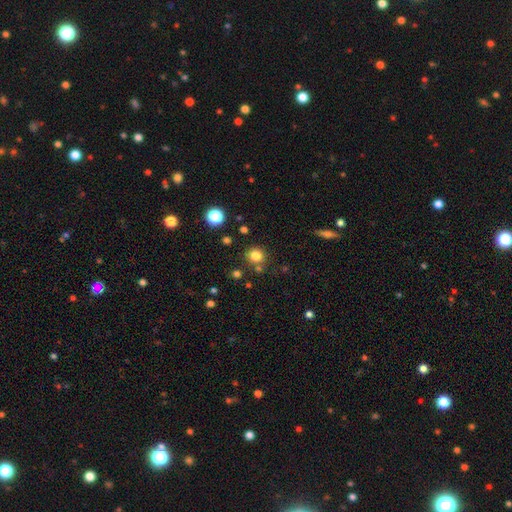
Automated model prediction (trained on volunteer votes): Smooth or featured?
  - smooth: 80% *
  - star or artifact: 14%
  - featured or disk: 6%
How rounded?
  - round: 90% *
  - in between: 9%
  - cigar-shaped: 1%
Merging?
  - none: 81% *
  - minor disturbance: 9%
  - merger: 7%
  - major disturbance: 3%